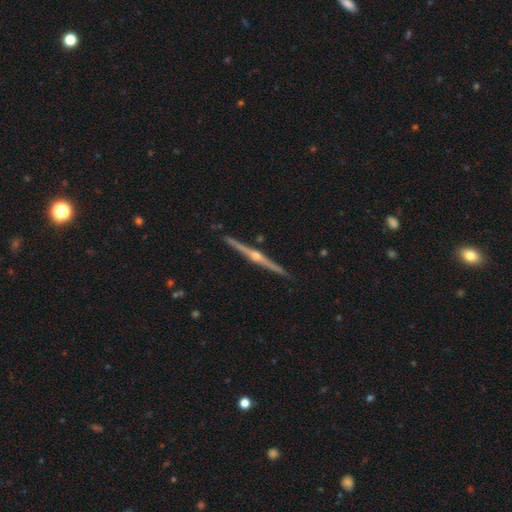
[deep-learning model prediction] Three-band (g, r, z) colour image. It shows a featured or disk galaxy (85%) viewed edge-on (98%) with a rounded central bulge (88%). Merging: none (90%).